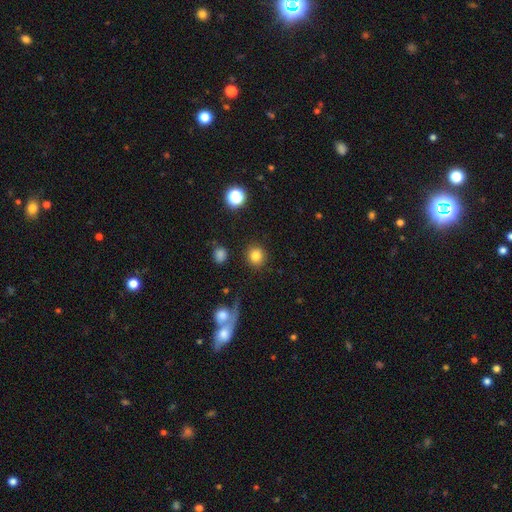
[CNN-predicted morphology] Overall: smooth (82%). How rounded: round (88%). Merging: none (88%).